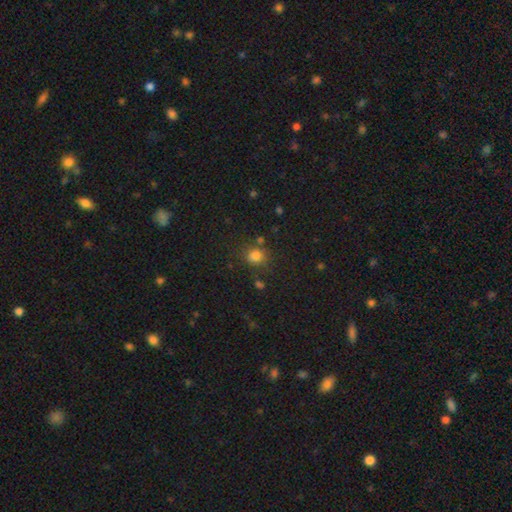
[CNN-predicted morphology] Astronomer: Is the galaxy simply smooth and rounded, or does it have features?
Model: smooth — 81%.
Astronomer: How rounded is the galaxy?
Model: round — 77%.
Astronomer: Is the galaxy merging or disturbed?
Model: none — 76%.